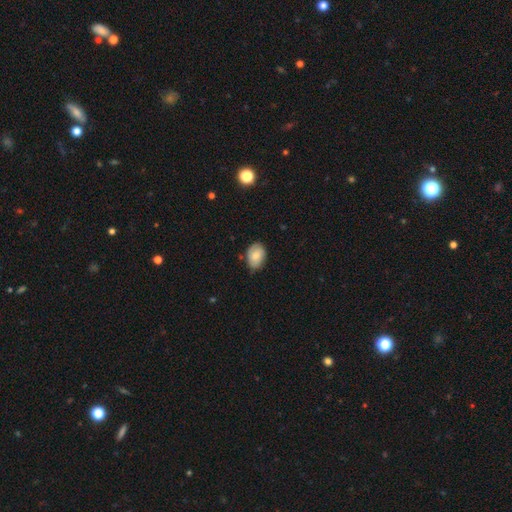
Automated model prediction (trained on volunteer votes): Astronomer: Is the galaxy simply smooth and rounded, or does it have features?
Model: smooth — 79%.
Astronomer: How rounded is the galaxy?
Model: in between — 79%.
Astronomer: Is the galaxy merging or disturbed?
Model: none — 67%.